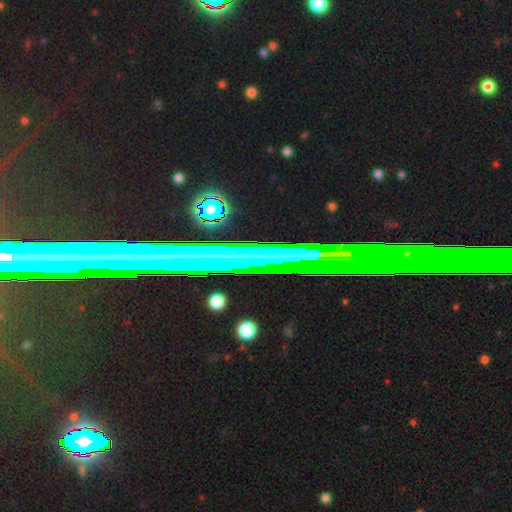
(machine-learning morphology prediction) smooth-or-featured: featured or disk: 53% | star or artifact: 29% | smooth: 18%
  disk-edge-on: yes: 86% | no: 14%
  merging: none: 86% | minor disturbance: 9% | major disturbance: 3% | merger: 2%